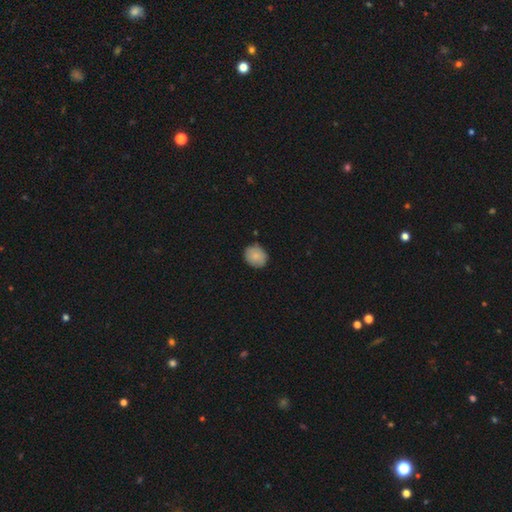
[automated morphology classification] smooth_or_featured: smooth (p=0.84) [alt: featured or disk p=0.08]
how_rounded: round (p=0.70) [alt: in between p=0.29]
merging: none (p=0.83) [alt: minor disturbance p=0.13]